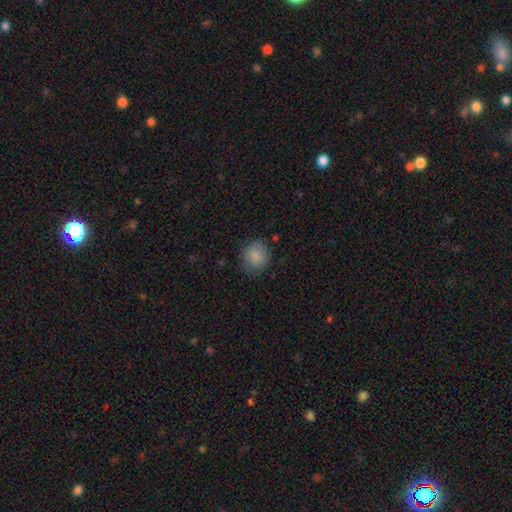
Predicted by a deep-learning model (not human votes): The model was most divided on "how rounded": round: 69%, in between: 30%, cigar-shaped: 1%. More confident: smooth or featured — smooth (85%); merging — none (77%).